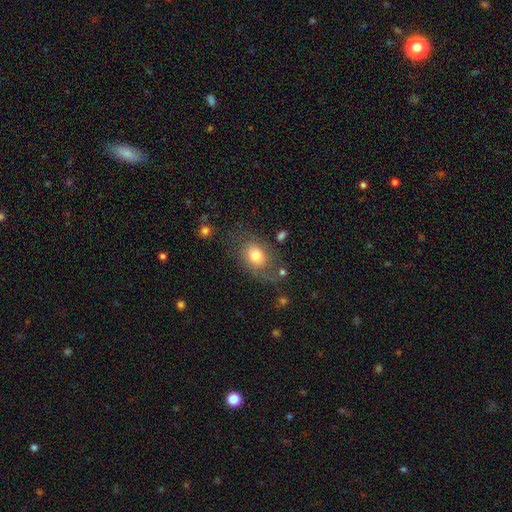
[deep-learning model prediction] This is likely a smooth galaxy (64%). How rounded: likely in between (68%). Merging: possibly none (56%).